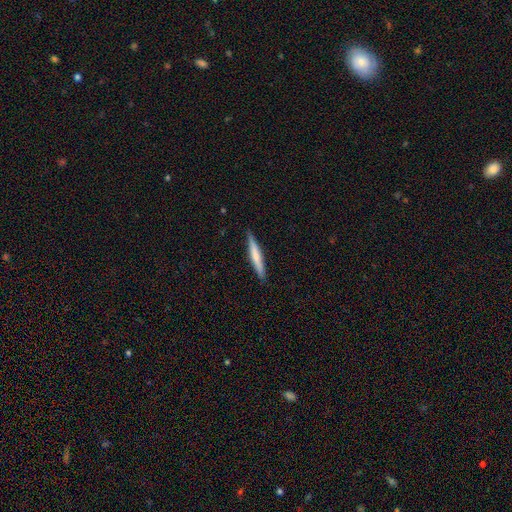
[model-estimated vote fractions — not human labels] This is likely a smooth galaxy (61%). How rounded: clearly cigar-shaped (95%). Merging: clearly none (90%).